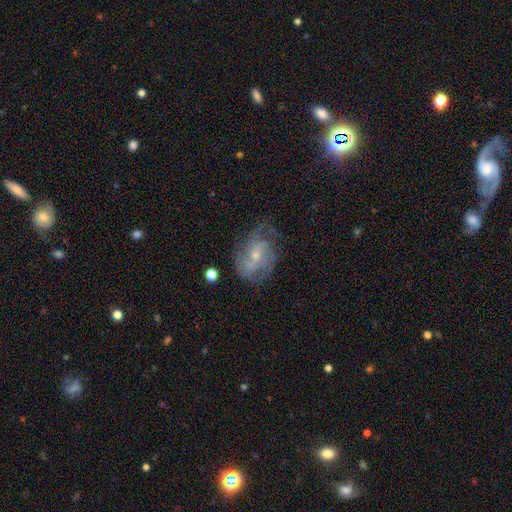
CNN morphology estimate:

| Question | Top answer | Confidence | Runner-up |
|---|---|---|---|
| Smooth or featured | featured or disk | 75% | smooth (17%) |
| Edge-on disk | no | 97% | yes (3%) |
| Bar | no | 59% | weak (35%) |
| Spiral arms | yes | 88% | no (12%) |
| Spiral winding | medium | 43% | tight (39%) |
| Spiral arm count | can't tell | 36% | 2 (27%) |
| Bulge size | small | 63% | moderate (32%) |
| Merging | none | 58% | minor disturbance (24%) |